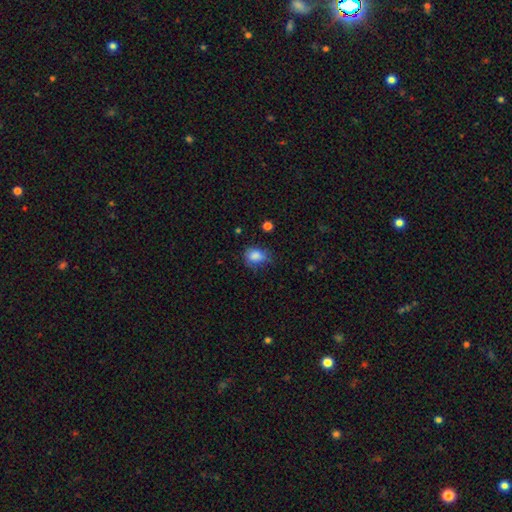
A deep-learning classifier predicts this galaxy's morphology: This is clearly a smooth galaxy (82%). How rounded: likely in between (64%). Merging: possibly none (46%).